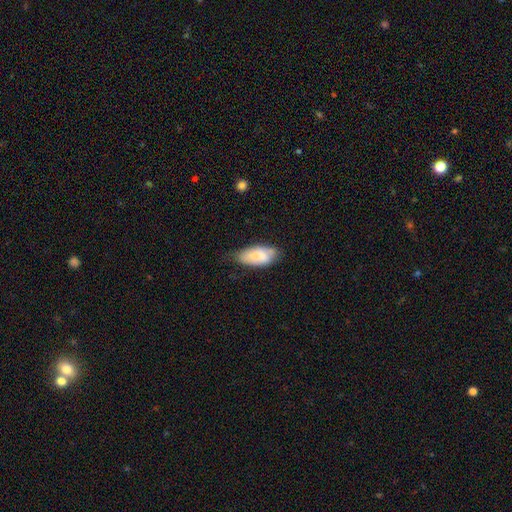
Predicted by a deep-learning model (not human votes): Overall: smooth (73%). How rounded: in between (91%). Merging: none (54%; minor disturbance 34%).